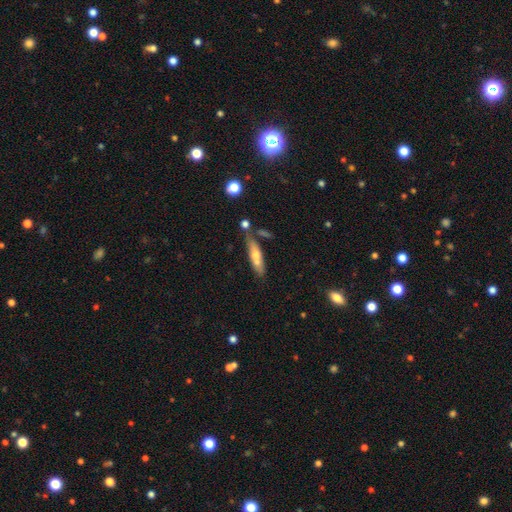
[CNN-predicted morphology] A smooth galaxy with no disk features (55%) that is cigar-shaped (69%).

Vote fractions:
- Smooth or featured? smooth: 55% / featured or disk: 38% / star or artifact: 7%
- How rounded? cigar-shaped: 69% / in between: 29% / round: 2%
- Merging? none: 56% / merger: 20% / minor disturbance: 18% / major disturbance: 6%